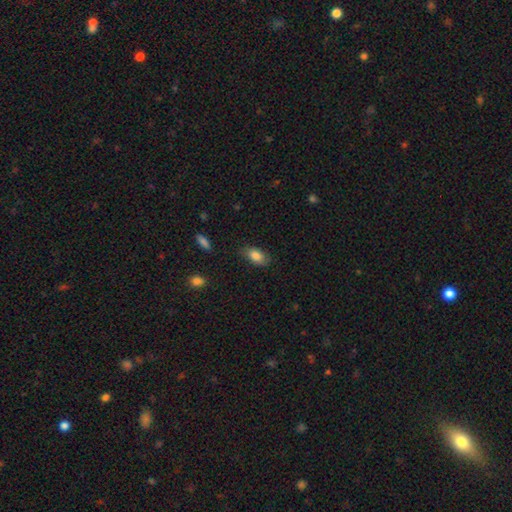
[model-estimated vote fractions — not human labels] Smooth or featured? Predicted: smooth (p=0.84). How rounded? Predicted: in between (p=0.90). Merging? Predicted: none (p=0.78).